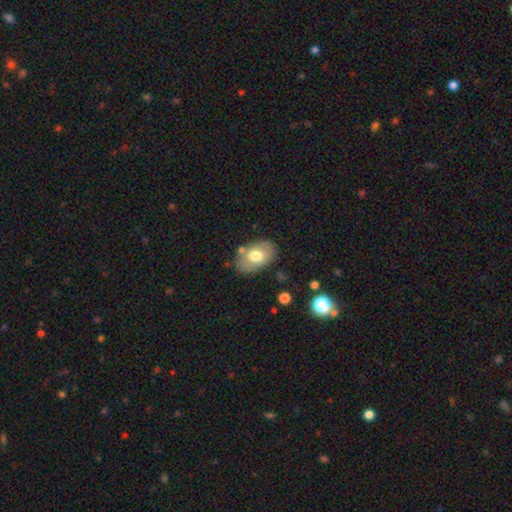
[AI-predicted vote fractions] The model was most divided on "smooth or featured": smooth: 67%, featured or disk: 26%, star or artifact: 7%. More confident: how rounded — in between (87%); merging — none (76%).